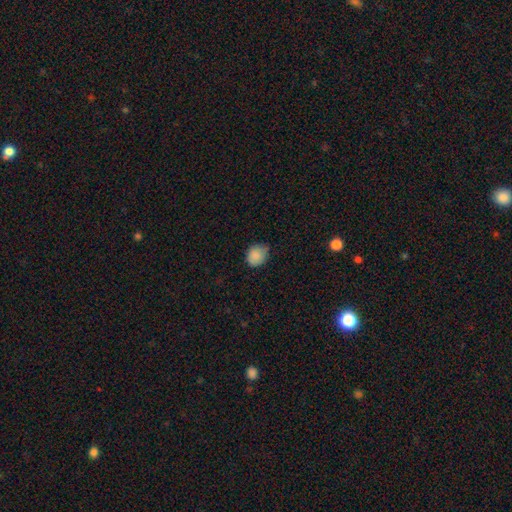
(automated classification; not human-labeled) A smooth galaxy with no disk features (87%) that is round (60%). Merging: none (63%).